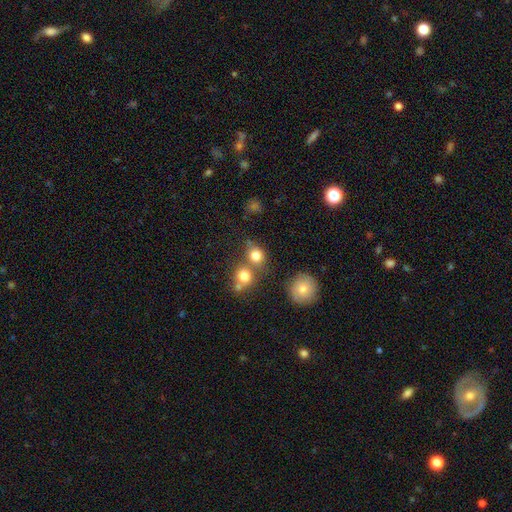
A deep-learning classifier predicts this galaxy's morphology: The model was most divided on "merging": none: 55%, merger: 32%, minor disturbance: 9%, major disturbance: 4%. More confident: how rounded — round (82%); smooth or featured — smooth (79%).